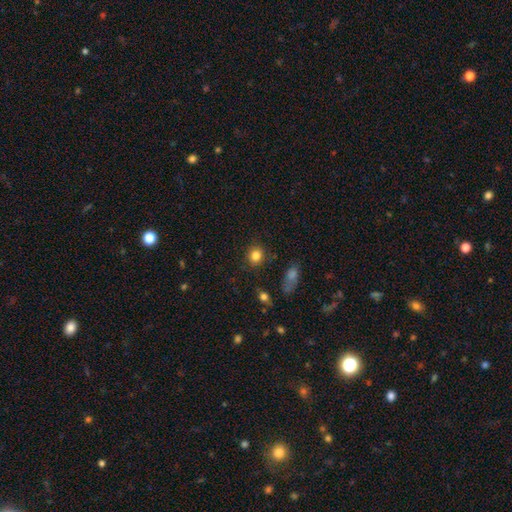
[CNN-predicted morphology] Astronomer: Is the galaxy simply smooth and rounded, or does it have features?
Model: smooth — 84%.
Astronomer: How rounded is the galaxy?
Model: round — 79%.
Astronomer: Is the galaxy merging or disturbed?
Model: none — 84%.